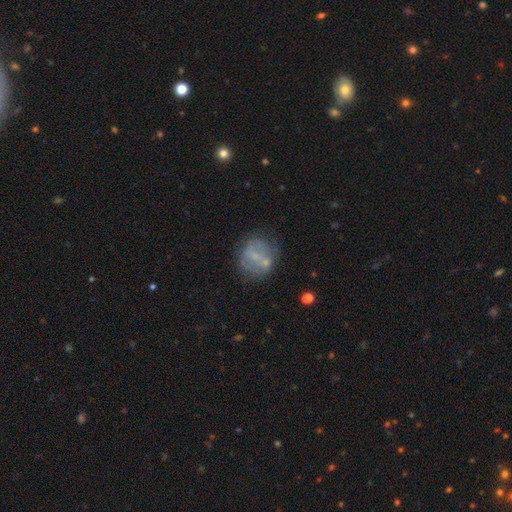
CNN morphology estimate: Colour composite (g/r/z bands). It shows a smooth galaxy with no disk features (46%). Merging: none (57%).